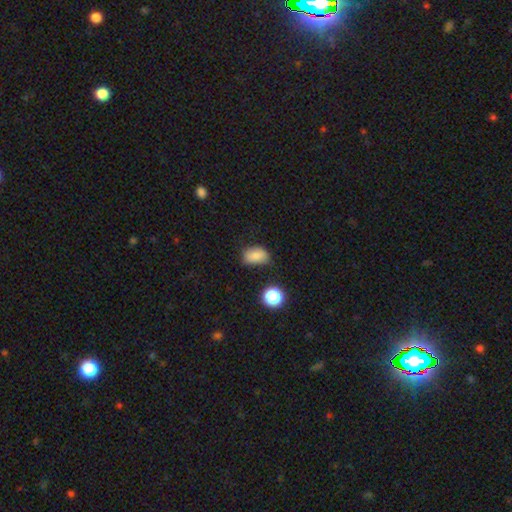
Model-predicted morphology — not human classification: A smooth galaxy with no disk features (81%) that is in between round and cigar-shaped (81%).

Vote fractions:
- Smooth or featured? smooth: 81% / star or artifact: 11% / featured or disk: 8%
- How rounded? in between: 81% / round: 18% / cigar-shaped: 2%
- Merging? none: 60% / minor disturbance: 30% / major disturbance: 7% / merger: 4%